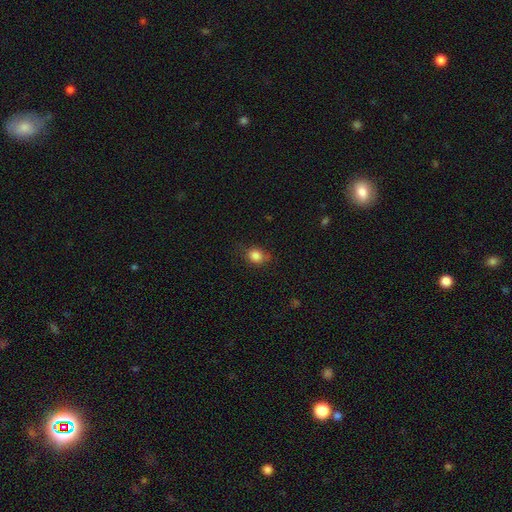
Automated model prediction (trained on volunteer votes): This appears to be a smooth galaxy with no disk features (84%) that is round (61%). Merging: none (70%).